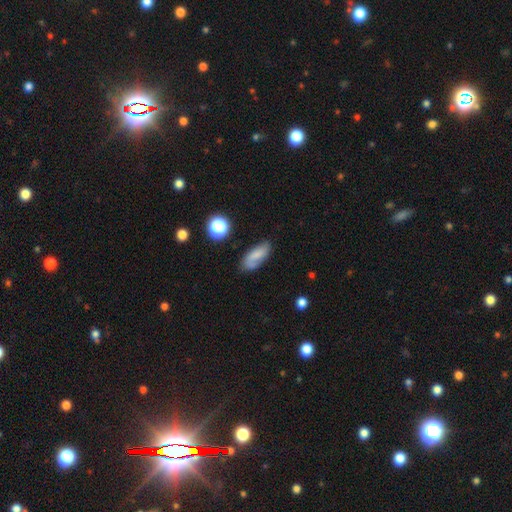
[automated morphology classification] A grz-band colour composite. It shows a smooth galaxy with no disk features (64%) that is in between round and cigar-shaped (82%). Merging: none (69%).